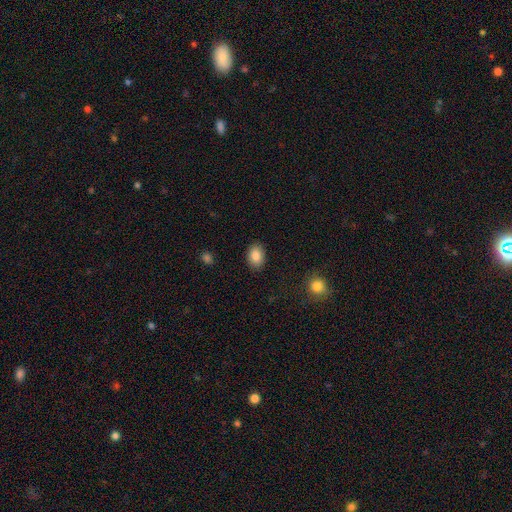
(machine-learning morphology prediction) Overall: smooth (86%). How rounded: in between (81%). Merging: none (88%).